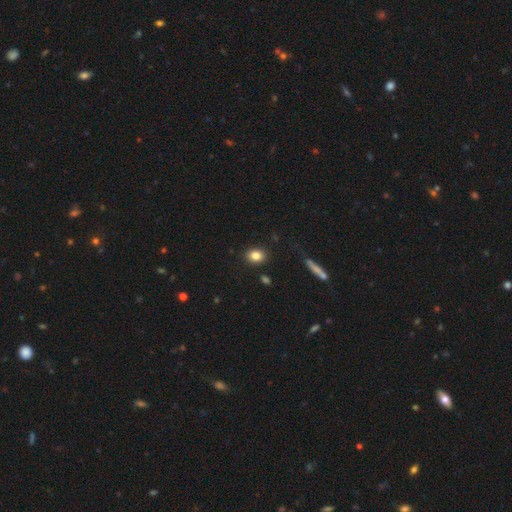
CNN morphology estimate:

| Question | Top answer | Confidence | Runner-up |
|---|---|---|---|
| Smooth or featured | smooth | 84% | star or artifact (9%) |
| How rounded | in between | 55% | round (43%) |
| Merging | none | 87% | minor disturbance (8%) |